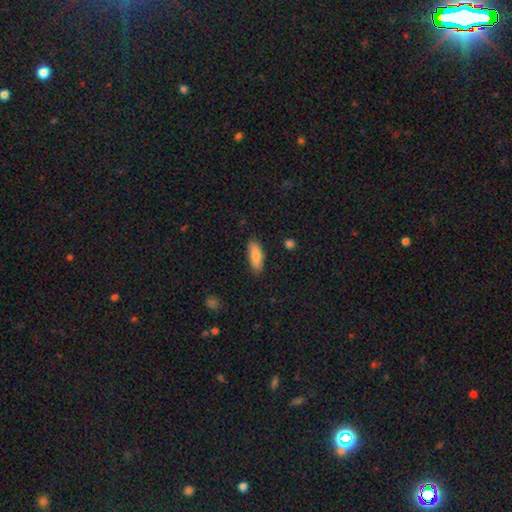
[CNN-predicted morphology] Overall: smooth (83%). How rounded: in between (65%; cigar-shaped 33%). Merging: none (84%).